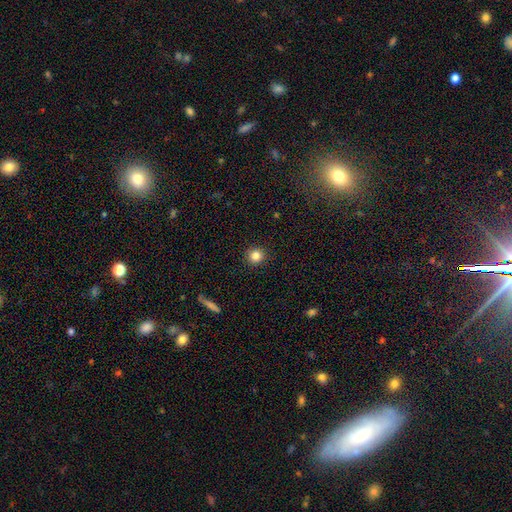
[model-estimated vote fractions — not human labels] Q: Smooth or featured?
A: smooth (83%); runner-up: star or artifact (11%)
Q: How rounded?
A: round (94%); runner-up: in between (5%)
Q: Merging?
A: none (92%); runner-up: minor disturbance (5%)